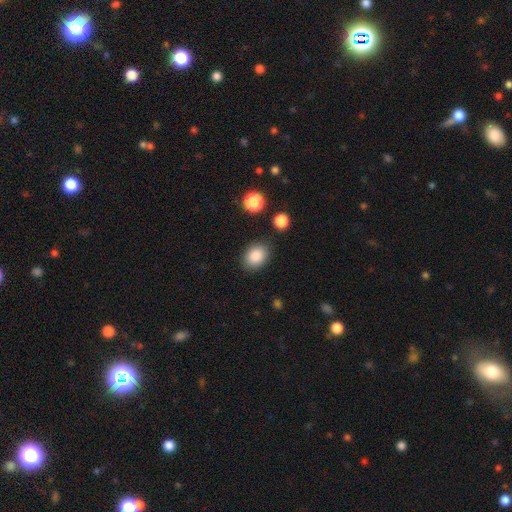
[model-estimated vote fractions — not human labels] A smooth galaxy with no disk features (87%) that is in between round and cigar-shaped (66%).

Vote fractions:
- Smooth or featured? smooth: 87% / star or artifact: 8% / featured or disk: 5%
- How rounded? in between: 66% / round: 33% / cigar-shaped: 1%
- Merging? none: 83% / minor disturbance: 11% / major disturbance: 3% / merger: 3%